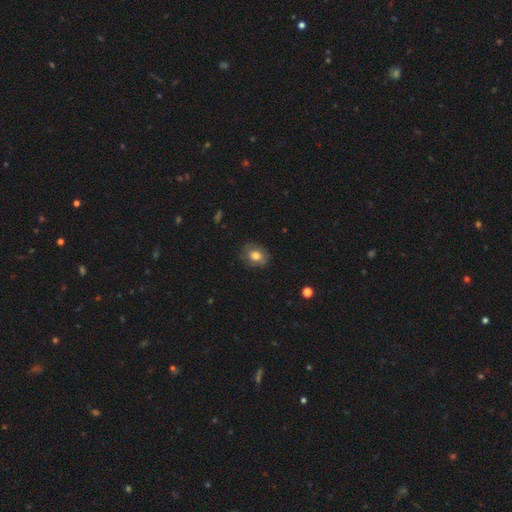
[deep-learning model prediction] Overall: smooth (76%). How rounded: round (54%; in between 45%). Merging: none (80%).